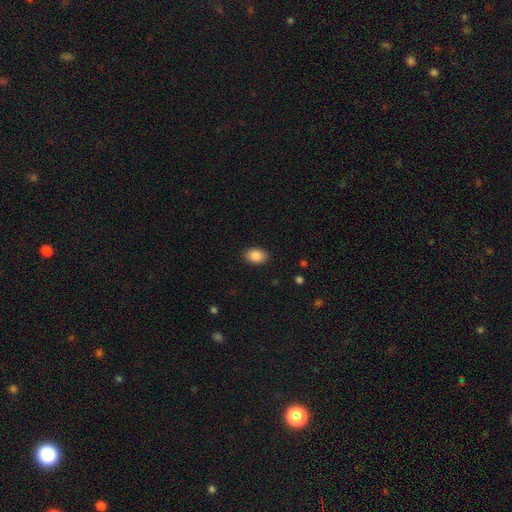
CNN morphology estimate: The model was most divided on "how rounded": in between: 82%, round: 17%, cigar-shaped: 1%. More confident: merging — none (89%); smooth or featured — smooth (88%).